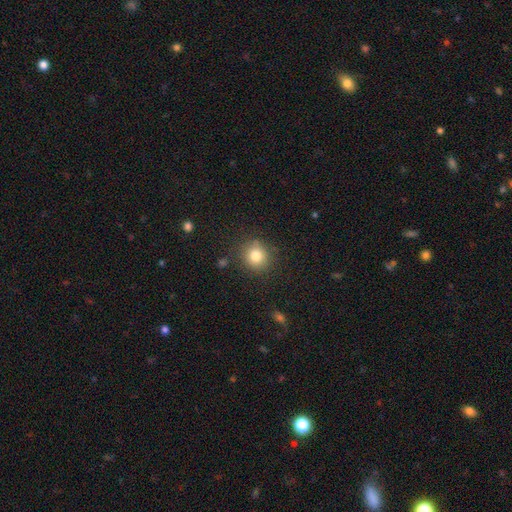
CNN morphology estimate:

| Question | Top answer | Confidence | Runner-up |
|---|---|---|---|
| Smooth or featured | smooth | 81% | star or artifact (11%) |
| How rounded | round | 87% | in between (12%) |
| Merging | none | 85% | minor disturbance (10%) |